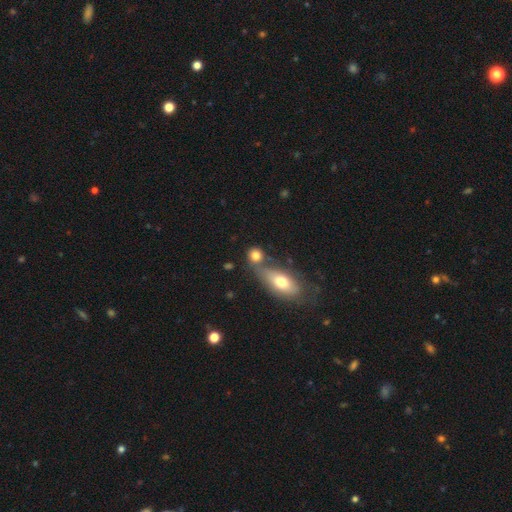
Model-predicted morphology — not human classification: Overall: smooth (79%). How rounded: round (72%). Merging: none (51%; merger 34%).